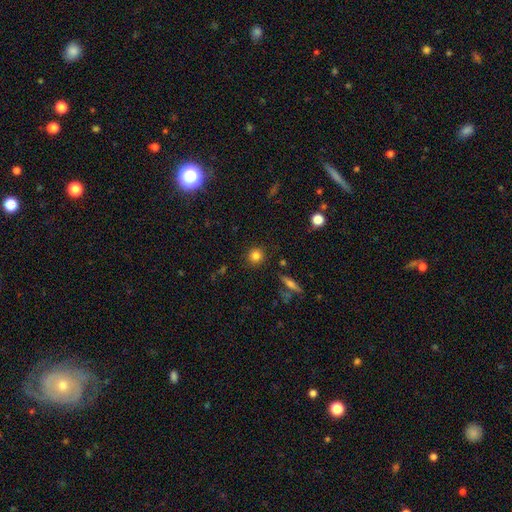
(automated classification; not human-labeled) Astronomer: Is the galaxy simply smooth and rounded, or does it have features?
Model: smooth — 82%.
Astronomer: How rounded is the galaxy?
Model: round — 91%.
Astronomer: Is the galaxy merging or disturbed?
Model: none — 89%.